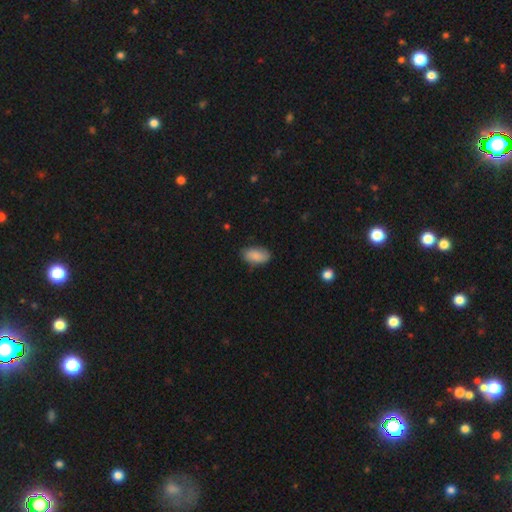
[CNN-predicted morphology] The model was most divided on "merging": none: 80%, minor disturbance: 16%, major disturbance: 3%, merger: 1%. More confident: how rounded — in between (94%); smooth or featured — smooth (87%).